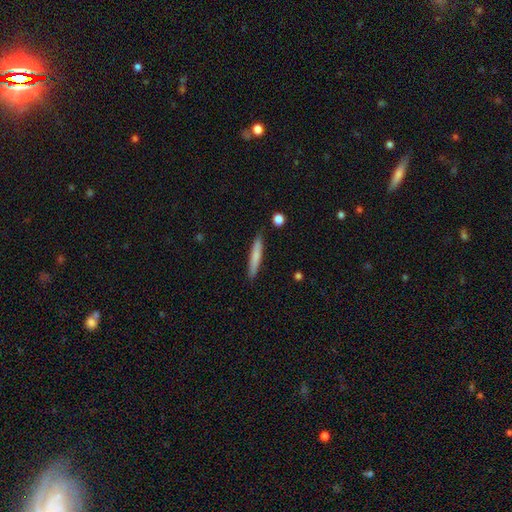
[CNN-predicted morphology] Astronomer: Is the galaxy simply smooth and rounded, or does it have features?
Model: smooth — 73%.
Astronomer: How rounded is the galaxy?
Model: cigar-shaped — 94%.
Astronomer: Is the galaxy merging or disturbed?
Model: none — 88%.